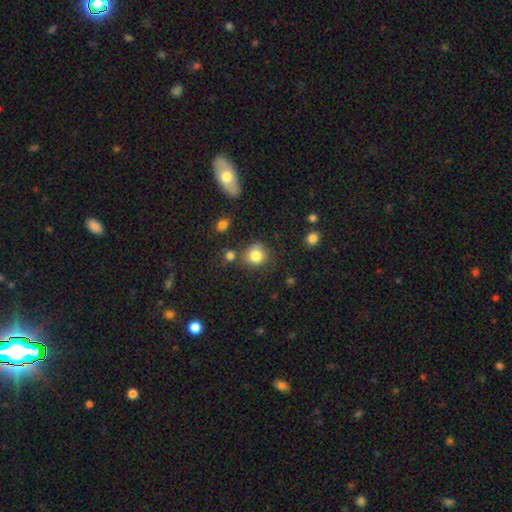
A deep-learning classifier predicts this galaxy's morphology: A smooth galaxy with no disk features (82%) that is round (82%).

Vote fractions:
- Smooth or featured? smooth: 82% / star or artifact: 11% / featured or disk: 7%
- How rounded? round: 82% / in between: 17% / cigar-shaped: 1%
- Merging? none: 69% / minor disturbance: 17% / merger: 9% / major disturbance: 5%